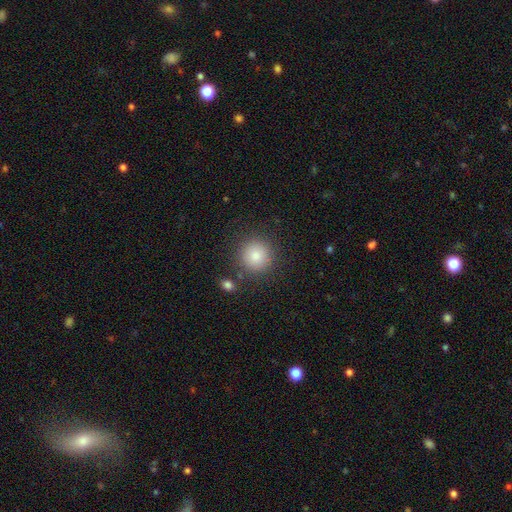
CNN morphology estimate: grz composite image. It shows a smooth galaxy with no disk features (84%) that is round (94%). Merging: none (86%).